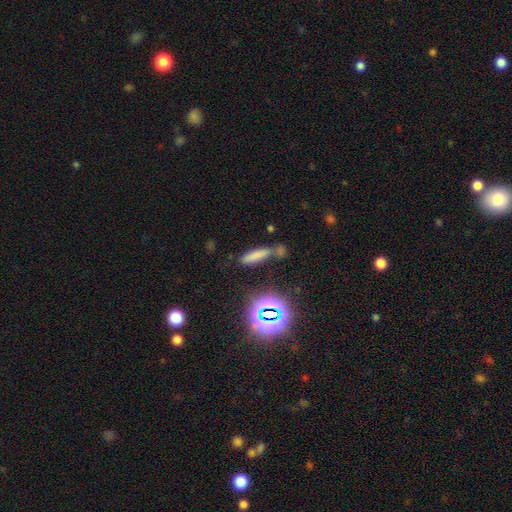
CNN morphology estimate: A smooth galaxy with no disk features (67%) that is cigar-shaped (68%).

Vote fractions:
- Smooth or featured? smooth: 67% / star or artifact: 22% / featured or disk: 11%
- How rounded? cigar-shaped: 68% / in between: 27% / round: 5%
- Merging? none: 60% / merger: 18% / minor disturbance: 16% / major disturbance: 7%